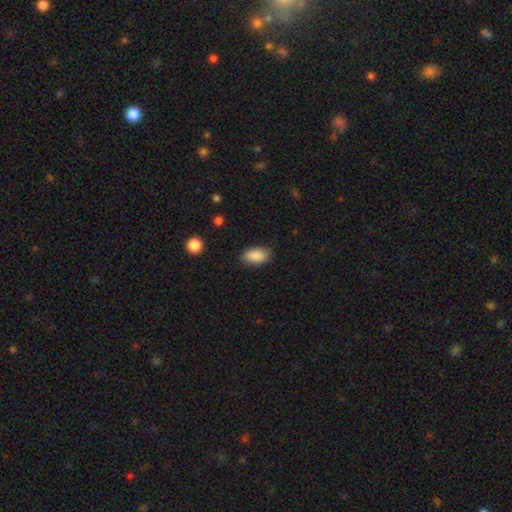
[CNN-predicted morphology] Smooth or featured? Predicted: smooth (p=0.89). How rounded? Predicted: in between (p=0.92). Merging? Predicted: none (p=0.83).